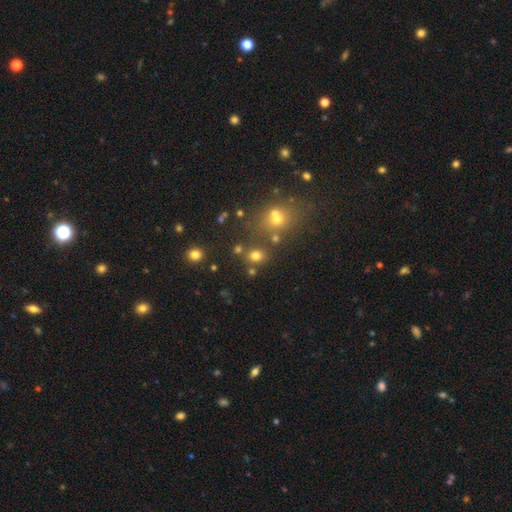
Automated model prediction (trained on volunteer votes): Overall: smooth (72%). How rounded: round (70%). Merging: none (72%).